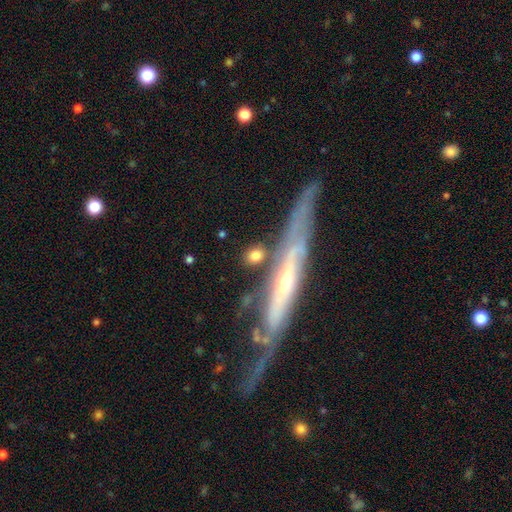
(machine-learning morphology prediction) Smooth or featured? Predicted: smooth (p=0.71). How rounded? Predicted: round (p=0.42). Merging? Predicted: none (p=0.73).